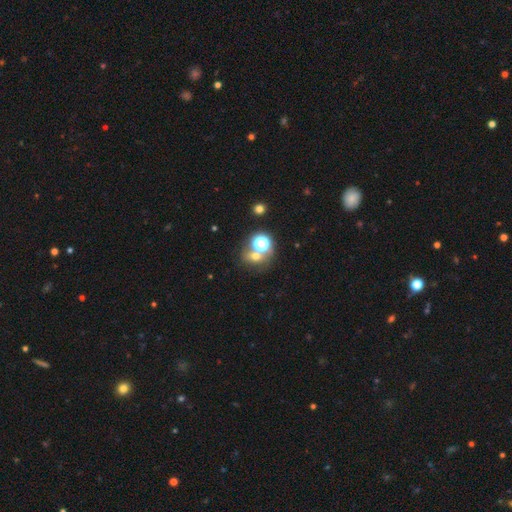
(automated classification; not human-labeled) The model was most divided on "smooth or featured": smooth: 53%, star or artifact: 35%, featured or disk: 13%. More confident: how rounded — round (69%); merging — none (53%).